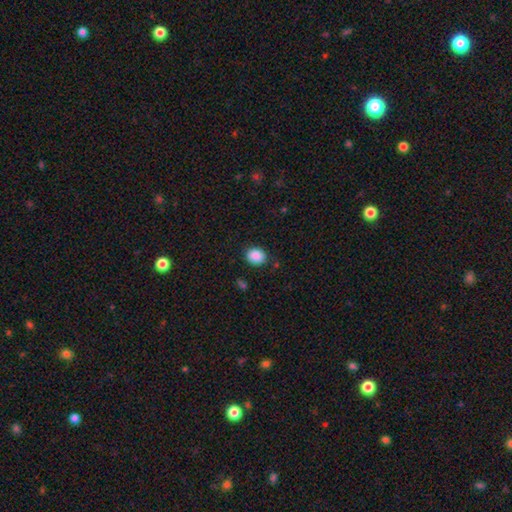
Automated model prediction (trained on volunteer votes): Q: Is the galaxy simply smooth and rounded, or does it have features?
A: smooth — 88%.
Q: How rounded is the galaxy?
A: round — 59%.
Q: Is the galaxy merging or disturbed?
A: none — 84%.